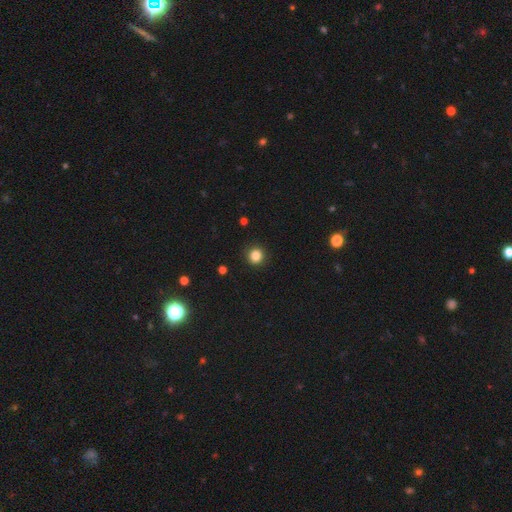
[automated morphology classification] Smooth or featured? Predicted: smooth (p=0.84). How rounded? Predicted: round (p=0.93). Merging? Predicted: none (p=0.92).